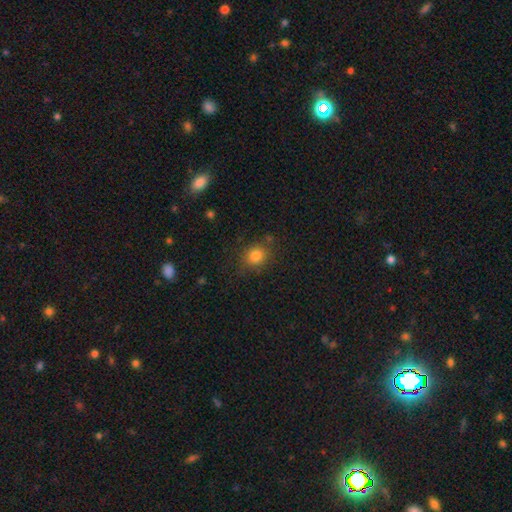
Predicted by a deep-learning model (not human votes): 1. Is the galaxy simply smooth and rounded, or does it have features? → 82% smooth, 12% star or artifact, 6% featured or disk.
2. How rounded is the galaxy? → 73% round, 26% in between, 1% cigar-shaped.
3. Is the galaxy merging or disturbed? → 79% none, 13% minor disturbance, 4% major disturbance, 3% merger.